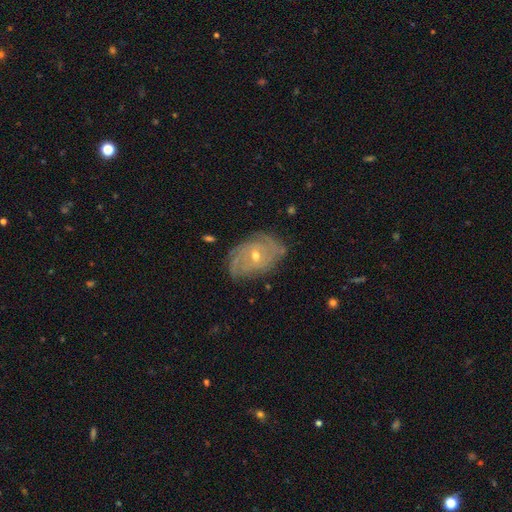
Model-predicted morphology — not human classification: Q: Smooth or featured?
A: featured or disk (83%); runner-up: smooth (10%)
Q: Edge-on disk?
A: no (96%); runner-up: yes (4%)
Q: Bar?
A: no (62%); runner-up: weak (31%)
Q: Spiral arms?
A: yes (93%); runner-up: no (7%)
Q: Spiral winding?
A: tight (70%); runner-up: medium (24%)
Q: Spiral arm count?
A: can't tell (35%); runner-up: 3 (21%)
Q: Bulge size?
A: moderate (49%); runner-up: small (48%)
Q: Merging?
A: none (74%); runner-up: minor disturbance (19%)